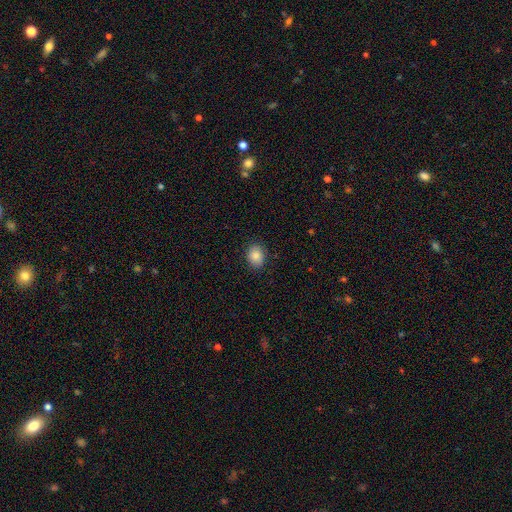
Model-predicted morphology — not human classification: Smooth or featured?
  - smooth: 85% *
  - star or artifact: 9%
  - featured or disk: 6%
How rounded?
  - in between: 61% *
  - round: 38%
  - cigar-shaped: 1%
Merging?
  - none: 88% *
  - minor disturbance: 9%
  - major disturbance: 2%
  - merger: 1%